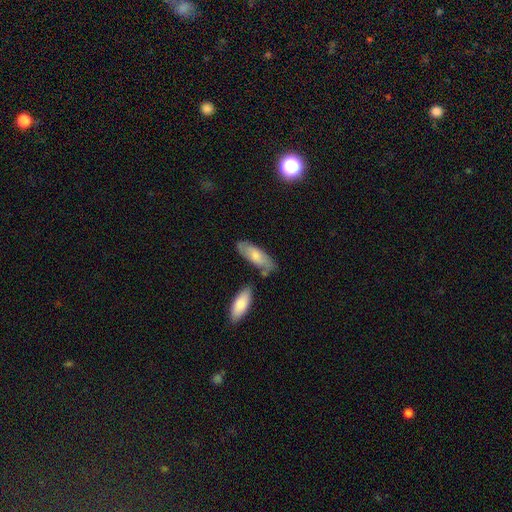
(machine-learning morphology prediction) This is likely a smooth galaxy (69%). How rounded: likely in between (67%). Merging: likely none (68%).